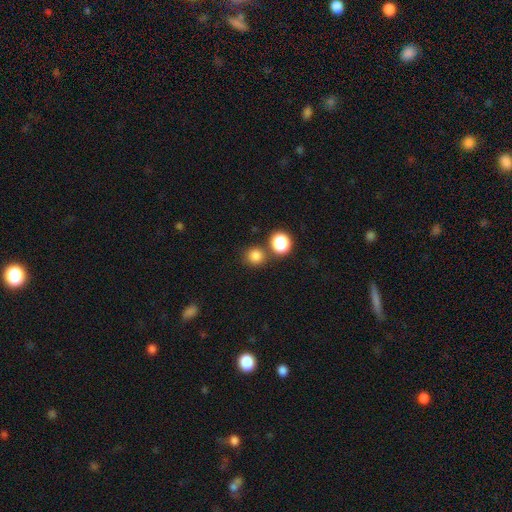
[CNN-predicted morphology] The model was most divided on "merging": none: 75%, merger: 15%, minor disturbance: 8%, major disturbance: 3%. More confident: how rounded — round (91%); smooth or featured — smooth (81%).